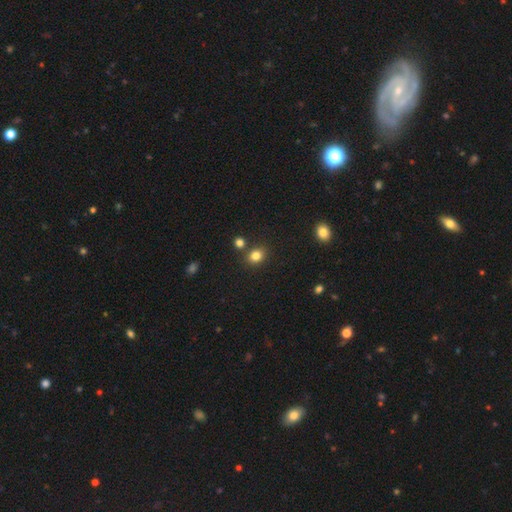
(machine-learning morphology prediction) A smooth galaxy with no disk features (81%) that is round (61%). Merging: none (78%).